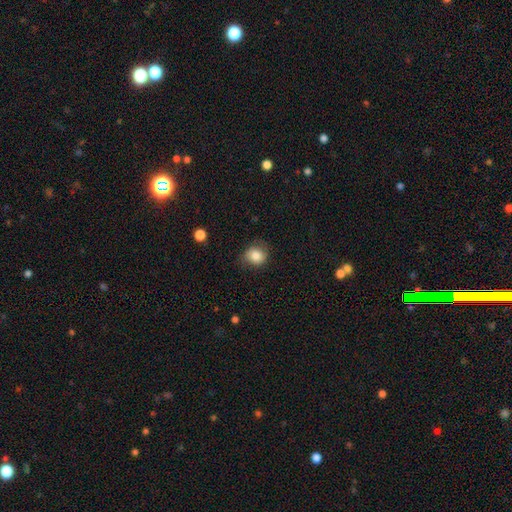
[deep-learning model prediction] The model was most divided on "how rounded": round: 72%, in between: 27%, cigar-shaped: 1%. More confident: smooth or featured — smooth (83%); merging — none (72%).